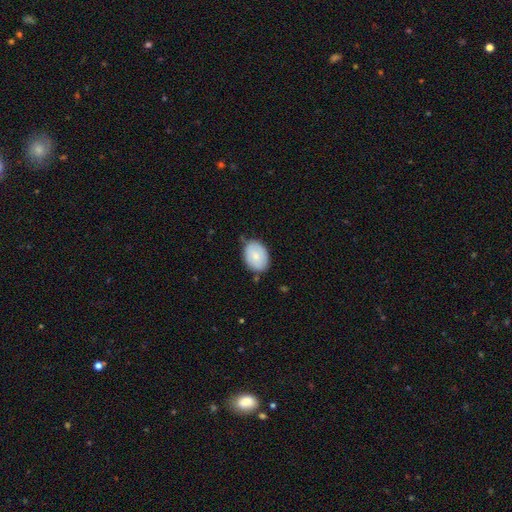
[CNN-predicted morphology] Smooth or featured?
  - smooth: 79% *
  - featured or disk: 15%
  - star or artifact: 6%
How rounded?
  - in between: 81% *
  - round: 18%
  - cigar-shaped: 1%
Merging?
  - none: 71% *
  - minor disturbance: 22%
  - major disturbance: 3%
  - merger: 3%